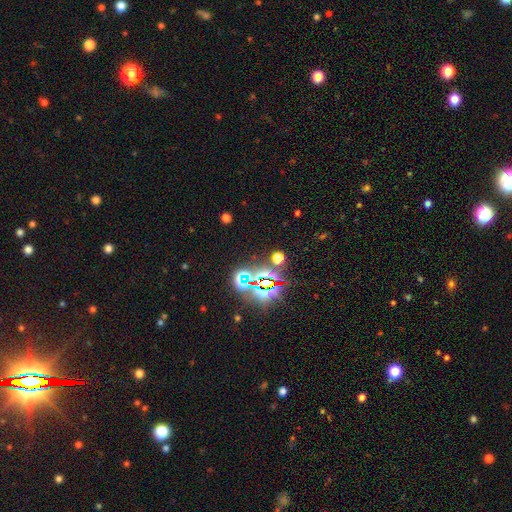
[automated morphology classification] This appears to be a star or artifact, not a galaxy (78%).